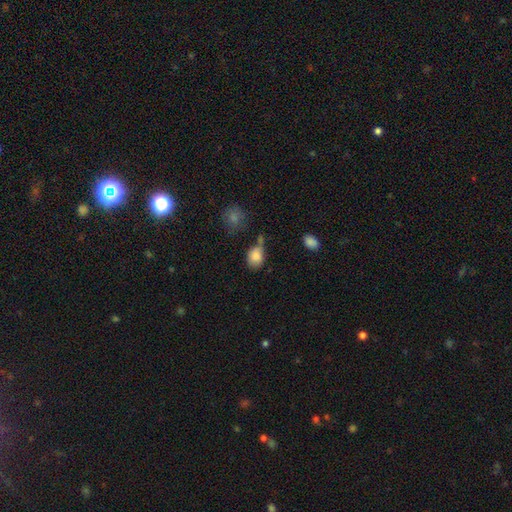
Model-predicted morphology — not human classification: A smooth galaxy with no disk features (85%) that is in between round and cigar-shaped (62%).

Vote fractions:
- Smooth or featured? smooth: 85% / star or artifact: 8% / featured or disk: 7%
- How rounded? in between: 62% / round: 37% / cigar-shaped: 1%
- Merging? none: 46% / minor disturbance: 30% / merger: 15% / major disturbance: 10%